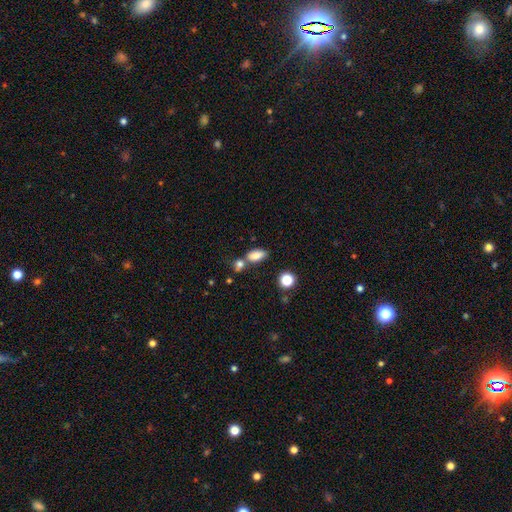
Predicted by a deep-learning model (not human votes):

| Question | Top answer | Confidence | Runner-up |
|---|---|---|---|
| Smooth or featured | smooth | 83% | star or artifact (10%) |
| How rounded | in between | 86% | round (7%) |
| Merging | none | 53% | merger (27%) |